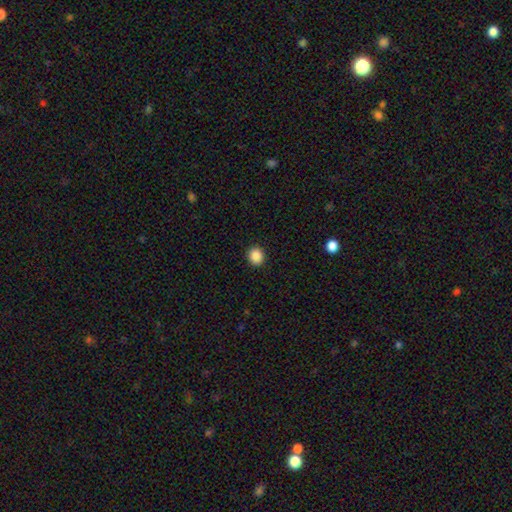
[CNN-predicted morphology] This appears to be a smooth galaxy with no disk features (87%) that is round (83%). Merging: none (92%).